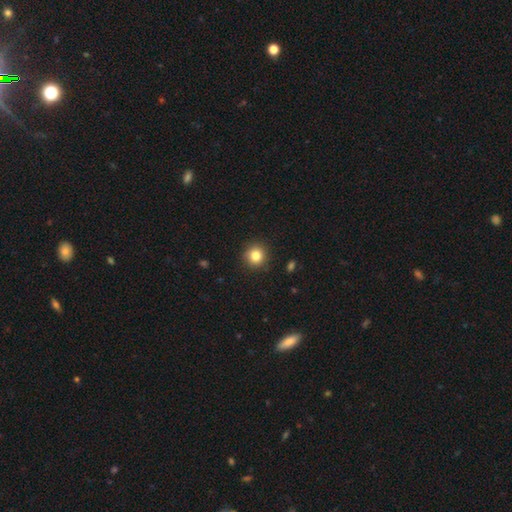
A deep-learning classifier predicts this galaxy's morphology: This is clearly a smooth galaxy (83%). How rounded: clearly round (93%). Merging: clearly none (90%).